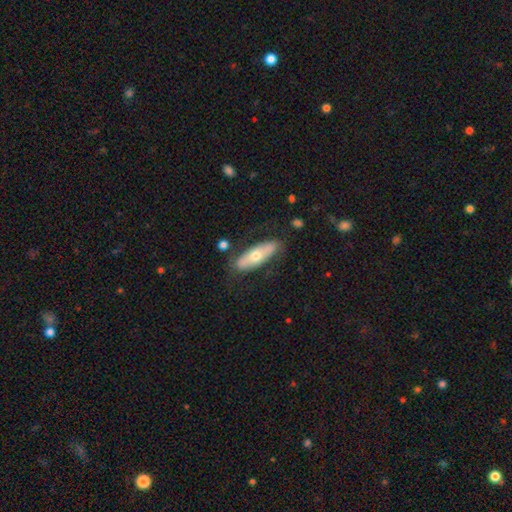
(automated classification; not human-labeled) The model was most divided on "smooth or featured": smooth: 52%, featured or disk: 42%, star or artifact: 6%. More confident: merging — none (76%); how rounded — in between (60%).